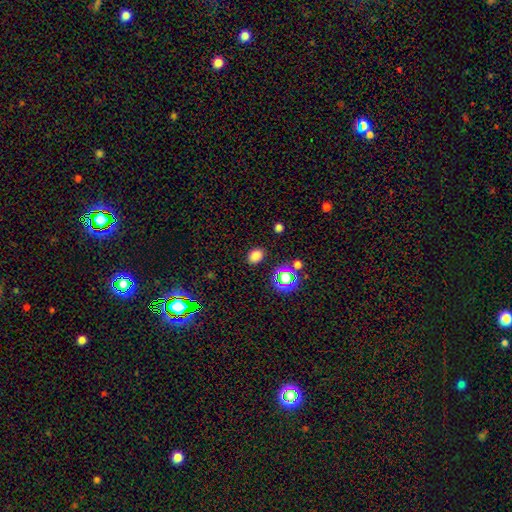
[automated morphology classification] This is likely a smooth galaxy (79%). How rounded: likely in between (61%). Merging: clearly none (87%).